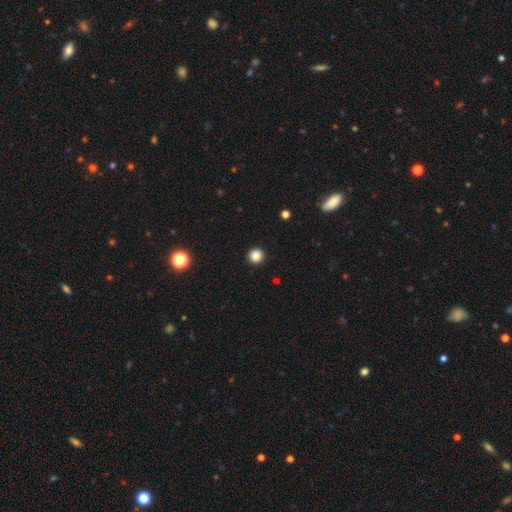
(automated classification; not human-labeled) Smooth or featured: smooth — 86% (star or artifact — 12%)
How rounded: round — 95% (in between — 4%)
Merging: none — 93% (minor disturbance — 4%)